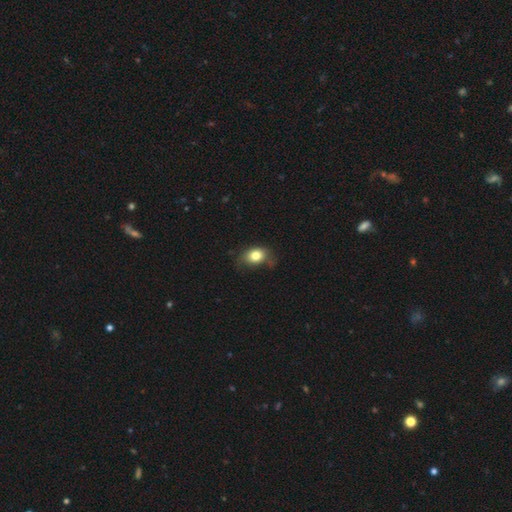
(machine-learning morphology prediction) Smooth or featured? smooth (80%)
How rounded? in between (67%)
Merging? none (59%)